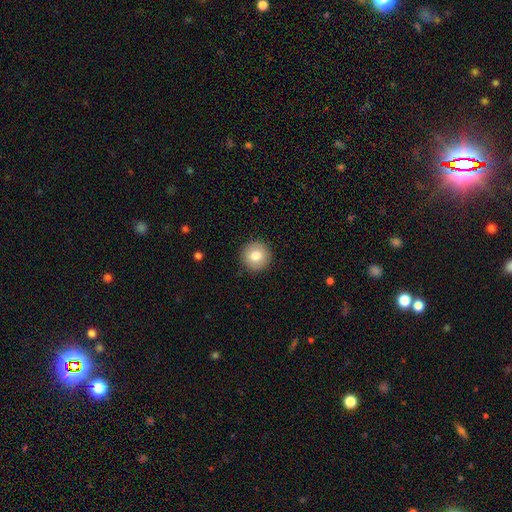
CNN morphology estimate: Q: Smooth or featured?
A: smooth (78%); runner-up: featured or disk (13%)
Q: How rounded?
A: round (95%); runner-up: in between (4%)
Q: Merging?
A: none (91%); runner-up: minor disturbance (6%)